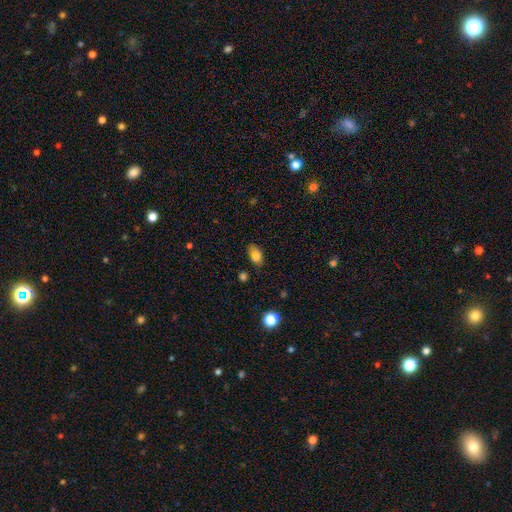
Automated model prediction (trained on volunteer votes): smooth_or_featured: smooth (p=0.77) [alt: featured or disk p=0.14]
how_rounded: in between (p=0.89) [alt: round p=0.09]
merging: none (p=0.72) [alt: minor disturbance p=0.21]